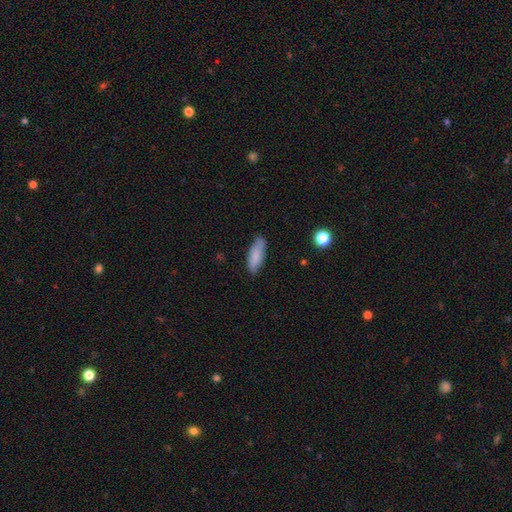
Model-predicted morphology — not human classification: This appears to be a smooth galaxy with no disk features (83%) that is in between round and cigar-shaped (64%). Merging: none (81%).